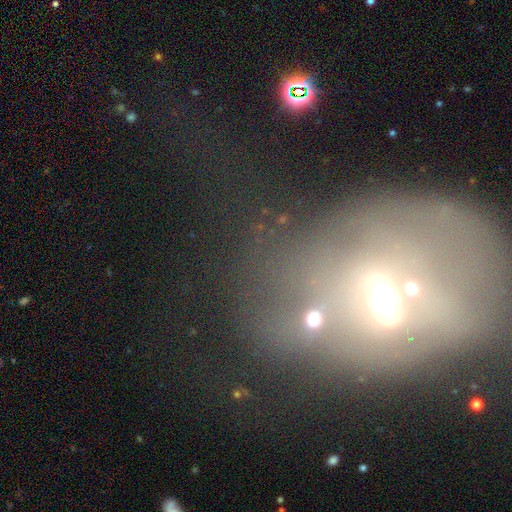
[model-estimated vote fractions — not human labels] This is possibly a star or artifact rather than a galaxy (46%).